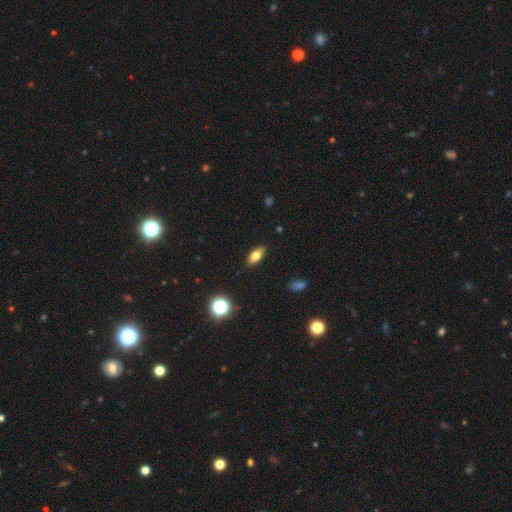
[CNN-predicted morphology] Overall: smooth (70%). How rounded: in between (82%). Merging: none (88%).